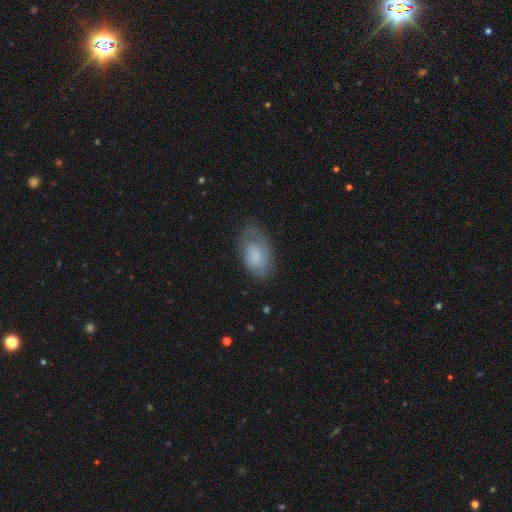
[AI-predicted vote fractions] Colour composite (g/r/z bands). It shows a smooth galaxy with no disk features (67%) that is in between round and cigar-shaped (92%). Merging: none (57%).